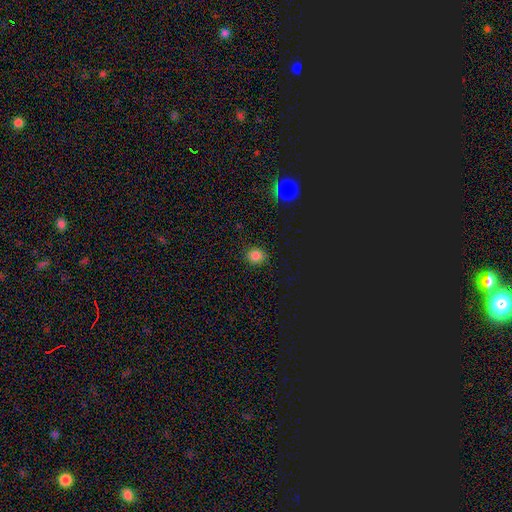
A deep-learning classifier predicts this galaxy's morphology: smooth-or-featured: smooth: 81% | star or artifact: 15% | featured or disk: 4%
  how-rounded: round: 85% | in between: 14% | cigar-shaped: 1%
  merging: none: 89% | minor disturbance: 8% | major disturbance: 2% | merger: 1%